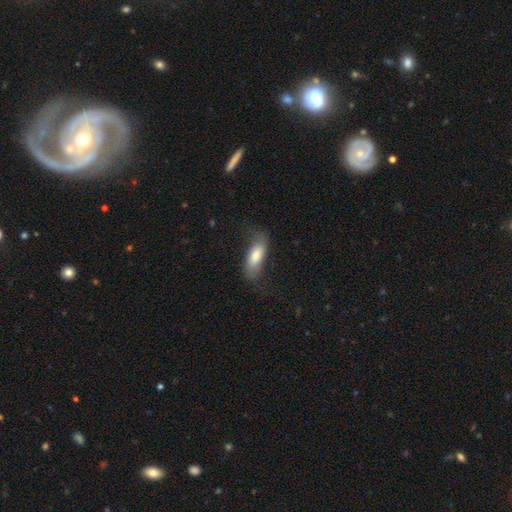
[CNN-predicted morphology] Smooth or featured? Predicted: smooth (p=0.69). How rounded? Predicted: in between (p=0.73). Merging? Predicted: none (p=0.59).